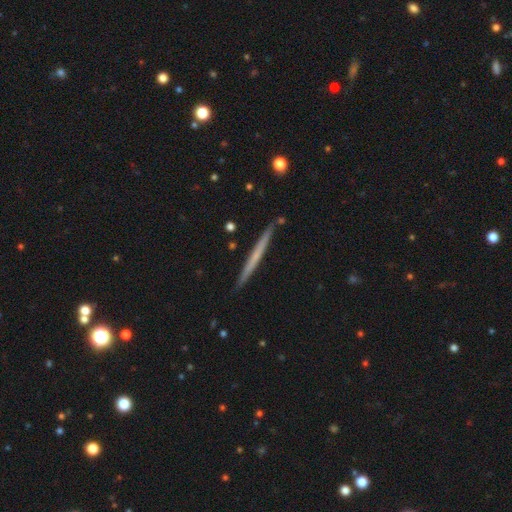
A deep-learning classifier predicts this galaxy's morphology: type=featured or disk (50%); edge-on=yes (97%); merging=none (90%).